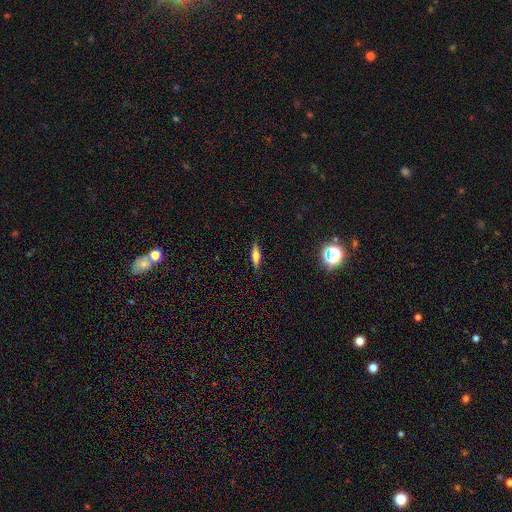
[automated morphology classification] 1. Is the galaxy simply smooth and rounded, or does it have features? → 46% smooth, 44% featured or disk, 10% star or artifact.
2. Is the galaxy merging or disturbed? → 87% none, 10% minor disturbance, 2% major disturbance, 1% merger.